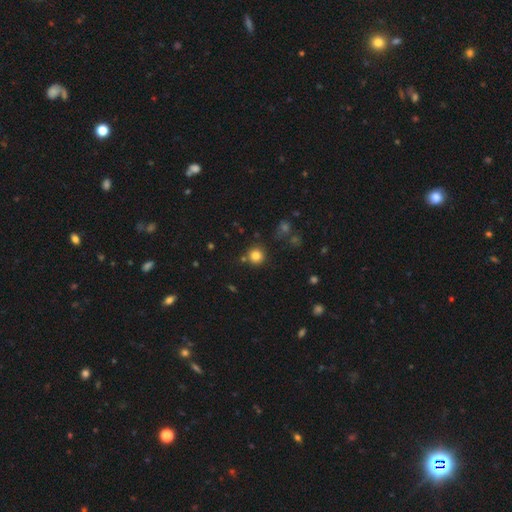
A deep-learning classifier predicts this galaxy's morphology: A smooth galaxy with no disk features (82%) that is round (93%).

Vote fractions:
- Smooth or featured? smooth: 82% / star or artifact: 13% / featured or disk: 6%
- How rounded? round: 93% / in between: 6% / cigar-shaped: 1%
- Merging? none: 81% / minor disturbance: 8% / merger: 7% / major disturbance: 3%